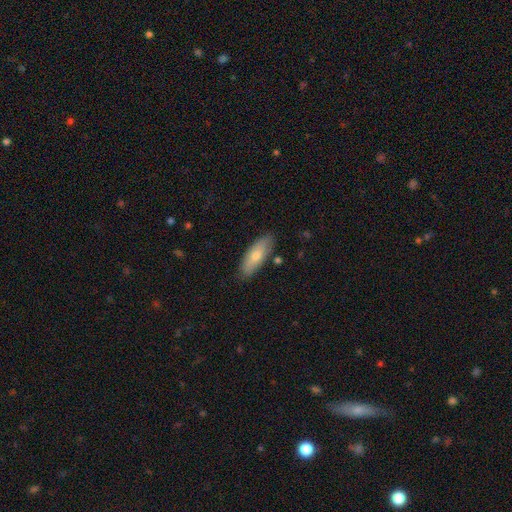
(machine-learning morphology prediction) Smooth or featured?
  - smooth: 69% *
  - featured or disk: 25%
  - star or artifact: 6%
How rounded?
  - in between: 61% *
  - cigar-shaped: 37%
  - round: 2%
Merging?
  - none: 85% *
  - minor disturbance: 11%
  - merger: 2%
  - major disturbance: 2%